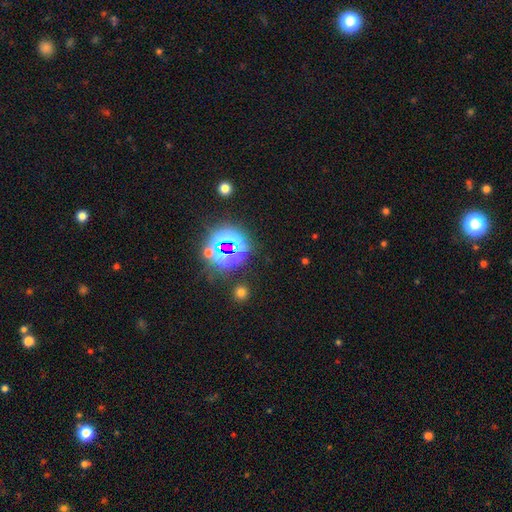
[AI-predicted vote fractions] smooth-or-featured: star or artifact: 76% | smooth: 15% | featured or disk: 9%